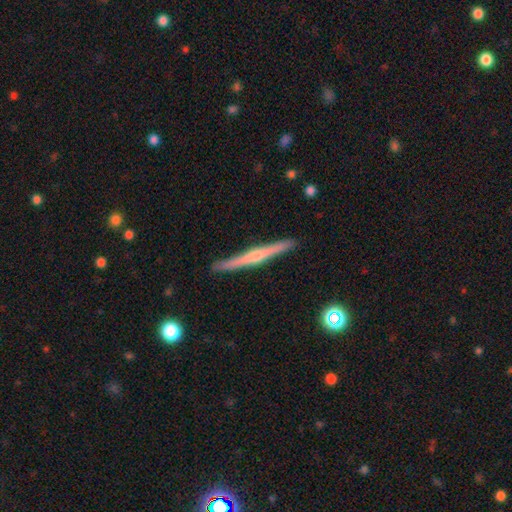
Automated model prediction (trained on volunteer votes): This is likely a featured or disk galaxy (73%). It is clearly viewed edge-on (98%). Edge-on bulge: likely rounded (74%). Merging: clearly none (91%).